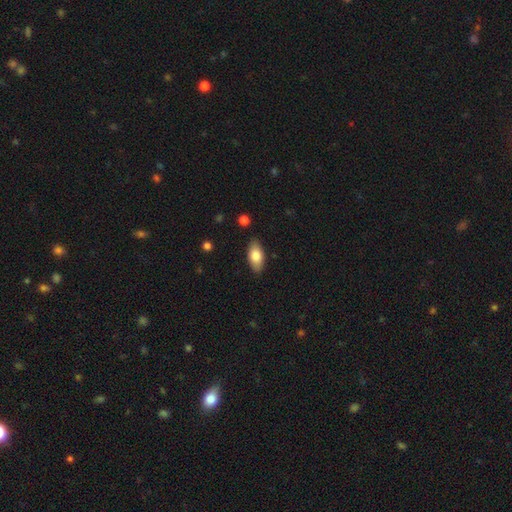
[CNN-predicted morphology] Overall: smooth (78%). How rounded: in between (90%). Merging: none (87%).